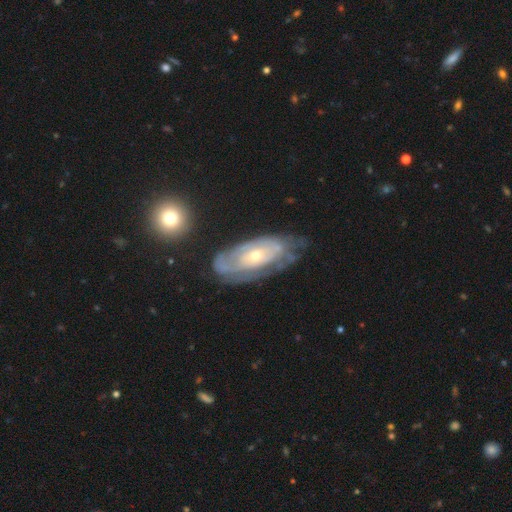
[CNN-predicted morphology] This appears to be a featured or disk galaxy (78%) with no bar (78%), tight (71%) spiral arms (77%) and a small central bulge (56%). Merging: none (56%).